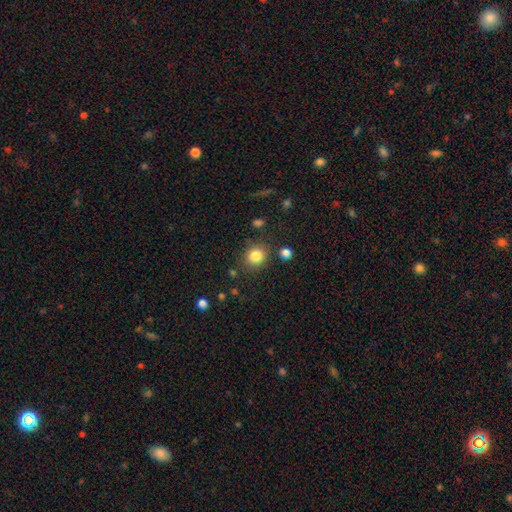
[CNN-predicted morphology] type=smooth (83%); roundness=round (77%); merging=none (82%).